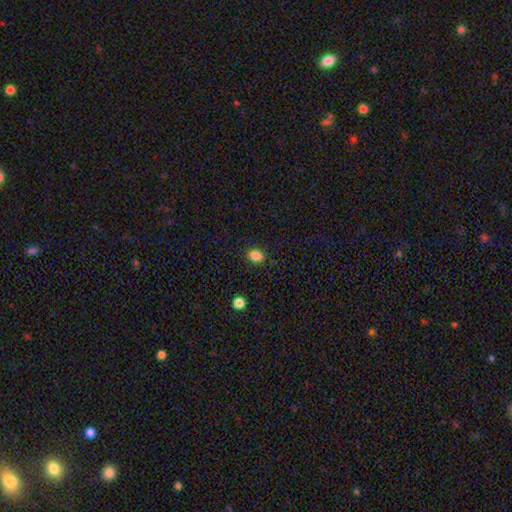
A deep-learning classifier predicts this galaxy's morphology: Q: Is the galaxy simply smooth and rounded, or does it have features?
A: smooth — 83%.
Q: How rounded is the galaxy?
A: in between — 60%.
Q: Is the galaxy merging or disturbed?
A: none — 84%.